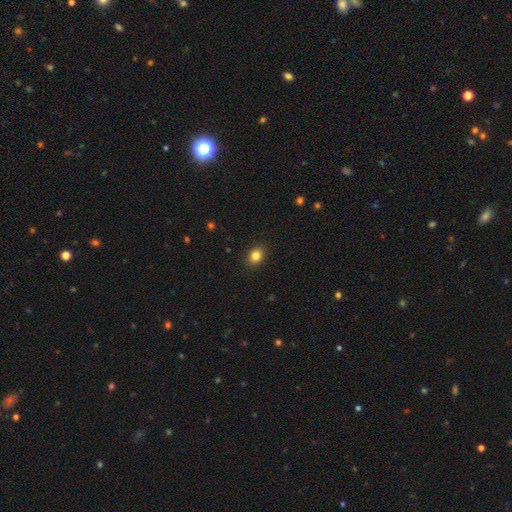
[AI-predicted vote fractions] A smooth galaxy with no disk features (84%) that is round (52%).

Vote fractions:
- Smooth or featured? smooth: 84% / star or artifact: 11% / featured or disk: 6%
- How rounded? round: 52% / in between: 47% / cigar-shaped: 1%
- Merging? none: 90% / minor disturbance: 7% / major disturbance: 2% / merger: 1%